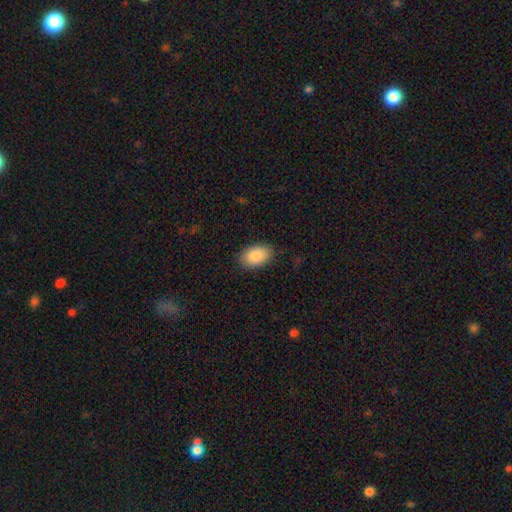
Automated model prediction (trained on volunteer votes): A smooth galaxy with no disk features (87%) that is in between round and cigar-shaped (91%).

Vote fractions:
- Smooth or featured? smooth: 87% / star or artifact: 7% / featured or disk: 7%
- How rounded? in between: 91% / round: 7% / cigar-shaped: 1%
- Merging? none: 87% / minor disturbance: 10% / major disturbance: 2% / merger: 1%